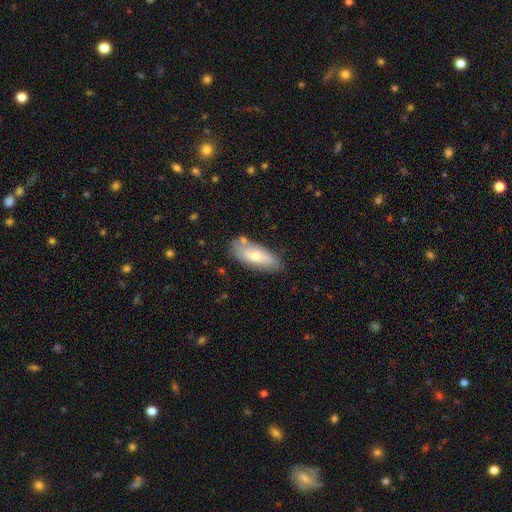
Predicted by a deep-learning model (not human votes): Morphology: type=smooth (60%); roundness=in between (79%); merging=none (74%).